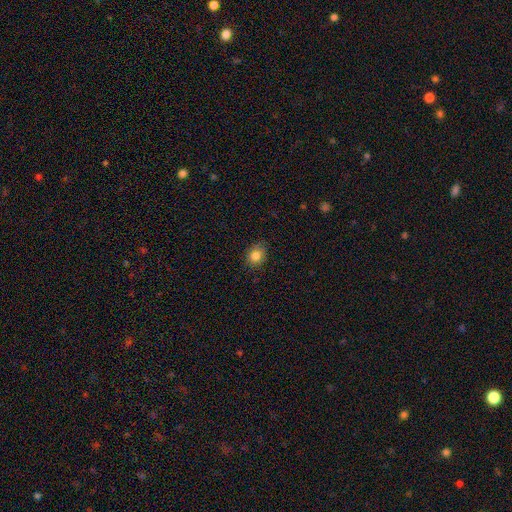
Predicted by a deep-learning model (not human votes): A smooth galaxy with no disk features (83%) that is round (51%). Merging: none (81%).